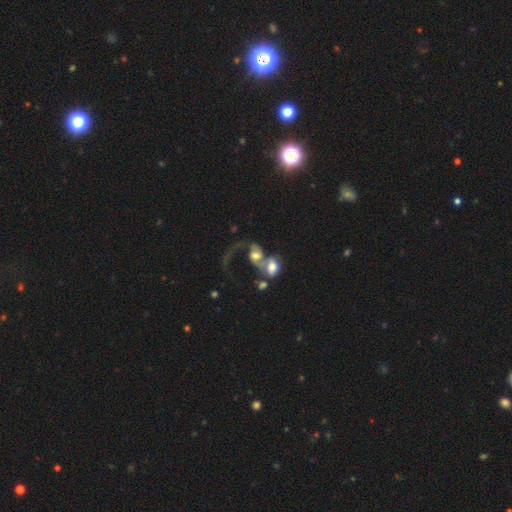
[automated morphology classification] type=featured or disk (62%); edge-on=no (96%); bar=no (63%); spiral arms=yes (79%); bulge=moderate (47%); merging=merger (76%).